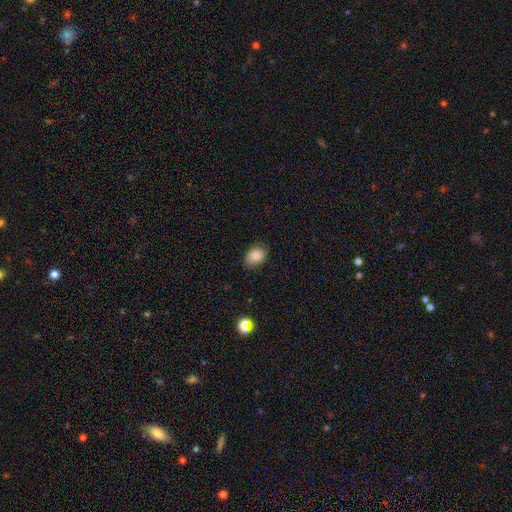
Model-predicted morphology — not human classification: Overall: smooth (84%). How rounded: in between (77%). Merging: none (75%).